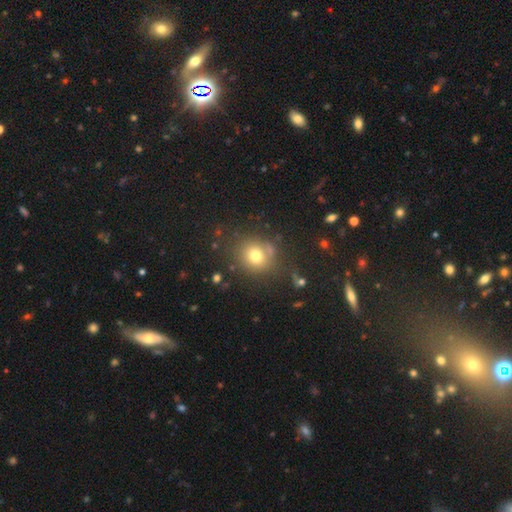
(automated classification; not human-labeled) Morphology: type=smooth (73%); roundness=round (82%); merging=none (75%).